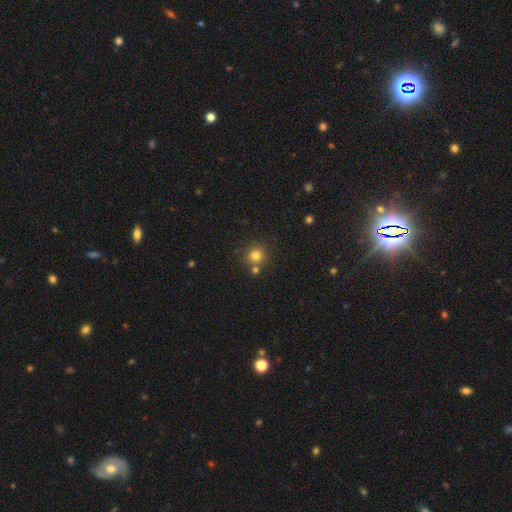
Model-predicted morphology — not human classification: Smooth or featured: smooth — 79% (star or artifact — 14%)
How rounded: round — 92% (in between — 7%)
Merging: none — 73% (merger — 16%)